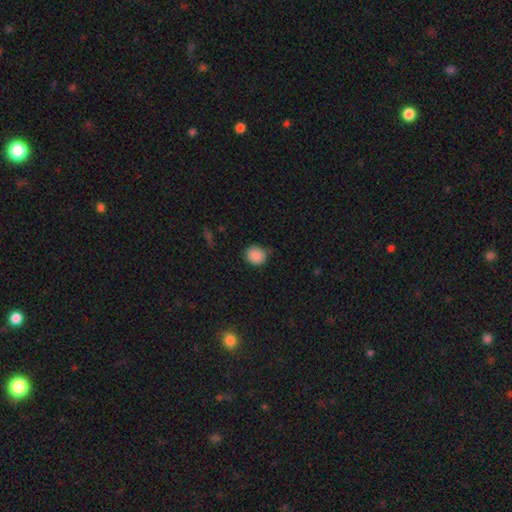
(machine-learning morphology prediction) Smooth or featured? Predicted: smooth (p=0.88). How rounded? Predicted: round (p=0.83). Merging? Predicted: none (p=0.78).